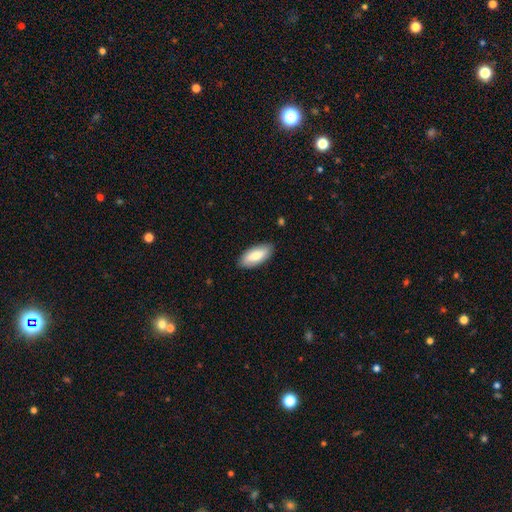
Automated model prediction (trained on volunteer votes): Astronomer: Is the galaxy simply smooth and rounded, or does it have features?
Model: smooth — 76%.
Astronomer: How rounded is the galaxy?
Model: in between — 87%.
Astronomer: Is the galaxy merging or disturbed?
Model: none — 87%.